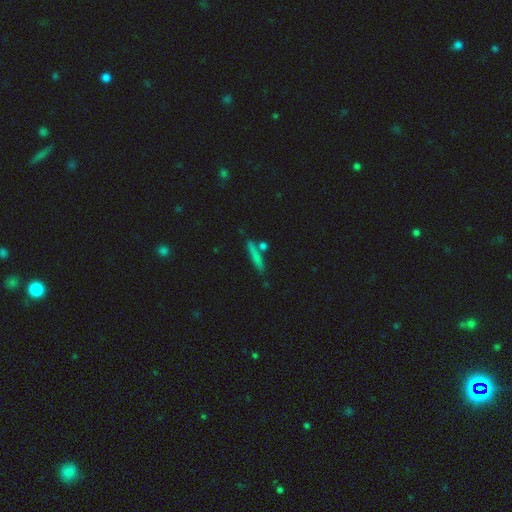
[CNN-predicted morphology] smooth-or-featured: smooth: 70% | featured or disk: 21% | star or artifact: 9%
  how-rounded: cigar-shaped: 89% | in between: 8% | round: 4%
  merging: none: 76% | minor disturbance: 11% | merger: 10% | major disturbance: 3%